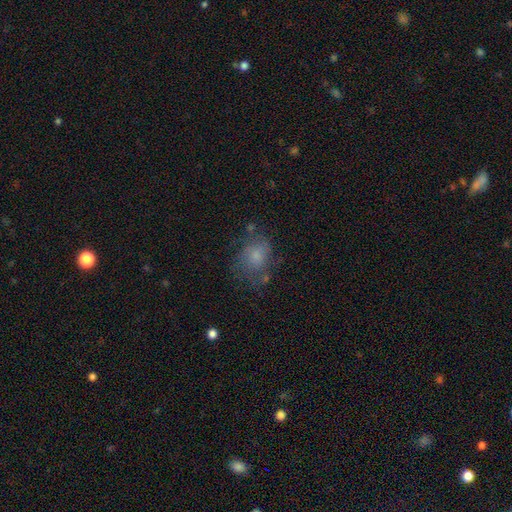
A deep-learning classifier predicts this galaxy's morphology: smooth-or-featured: smooth: 66% | featured or disk: 23% | star or artifact: 12%
  how-rounded: in between: 52% | round: 47% | cigar-shaped: 1%
  merging: none: 52% | minor disturbance: 25% | major disturbance: 18% | merger: 6%